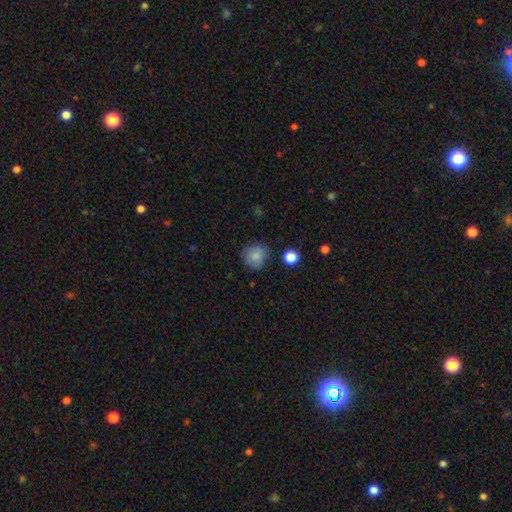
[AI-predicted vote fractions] This is clearly a smooth galaxy (82%). How rounded: clearly round (84%). Merging: likely none (73%).